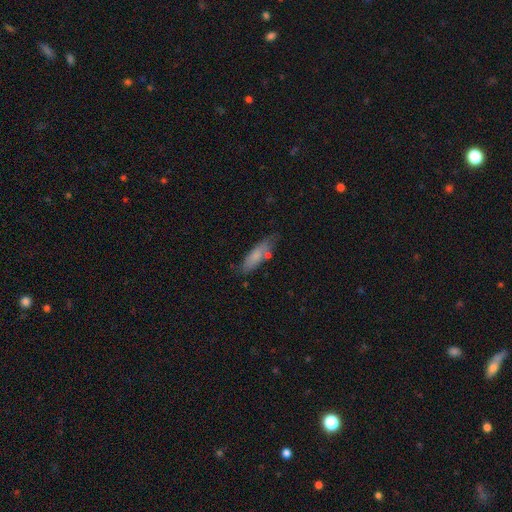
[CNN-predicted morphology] The model was most divided on "how rounded": cigar-shaped: 55%, in between: 43%, round: 2%. More confident: smooth or featured — smooth (76%); merging — none (64%).